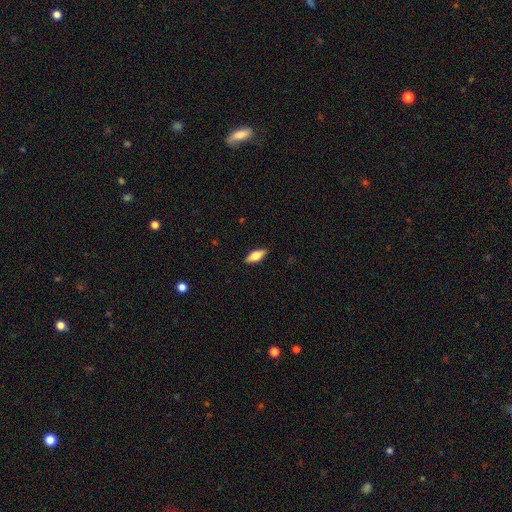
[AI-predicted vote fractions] Overall: smooth (58%; featured or disk 36%). How rounded: in between (68%; cigar-shaped 29%). Merging: none (88%).